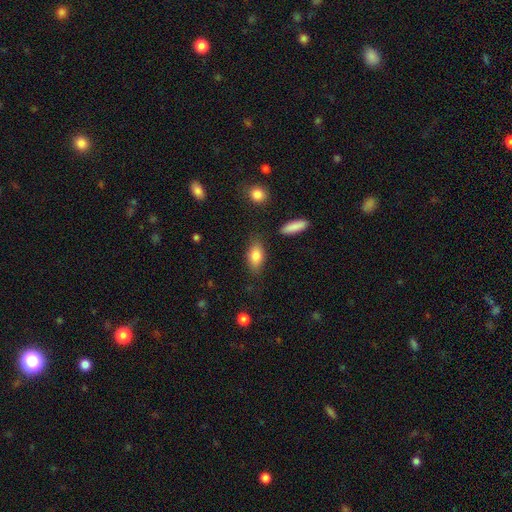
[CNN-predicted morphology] A smooth galaxy with no disk features (82%) that is in between round and cigar-shaped (86%).

Vote fractions:
- Smooth or featured? smooth: 82% / featured or disk: 11% / star or artifact: 7%
- How rounded? in between: 86% / round: 7% / cigar-shaped: 7%
- Merging? none: 78% / minor disturbance: 15% / major disturbance: 4% / merger: 4%